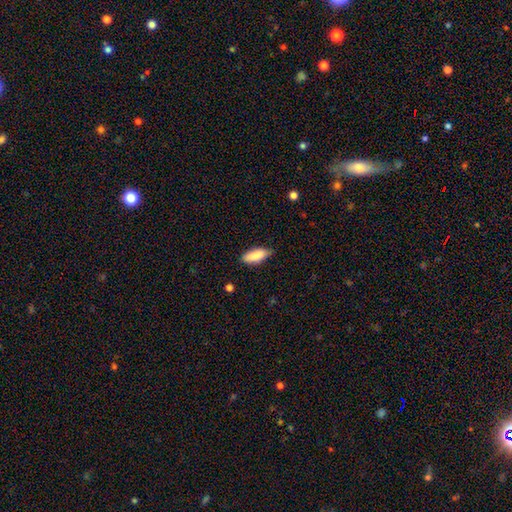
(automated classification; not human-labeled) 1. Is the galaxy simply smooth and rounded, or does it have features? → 88% smooth, 6% star or artifact, 6% featured or disk.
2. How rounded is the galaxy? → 78% in between, 20% cigar-shaped, 2% round.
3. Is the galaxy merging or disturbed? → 77% none, 19% minor disturbance, 3% major disturbance, 1% merger.